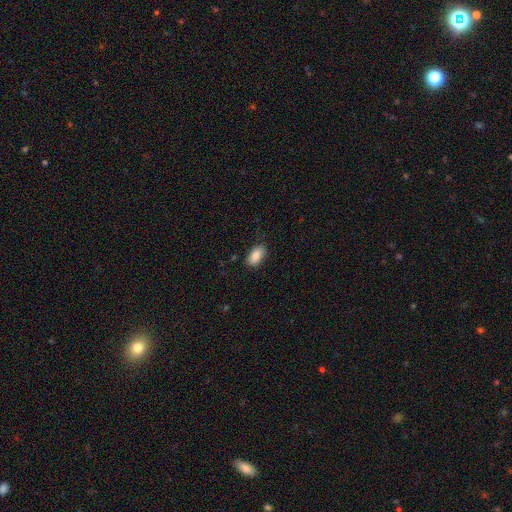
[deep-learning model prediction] Q: Smooth or featured?
A: smooth (87%); runner-up: star or artifact (7%)
Q: How rounded?
A: in between (93%); runner-up: round (4%)
Q: Merging?
A: none (81%); runner-up: minor disturbance (15%)